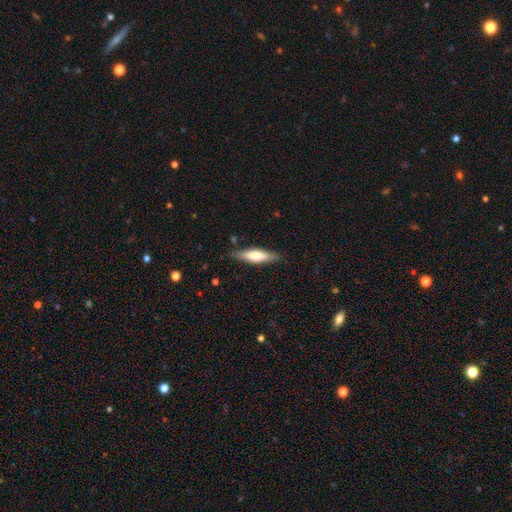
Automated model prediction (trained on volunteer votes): Smooth or featured? smooth (56%)
How rounded? cigar-shaped (65%)
Merging? none (84%)